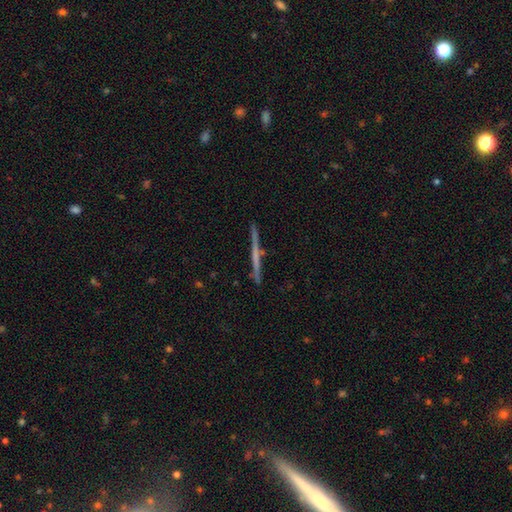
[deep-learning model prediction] Smooth or featured?
  - featured or disk: 60% *
  - smooth: 33%
  - star or artifact: 7%
Edge-on disk?
  - yes: 97% *
  - no: 3%
Edge-on bulge?
  - none: 81% *
  - rounded: 13%
  - boxy: 6%
Merging?
  - none: 89% *
  - minor disturbance: 8%
  - major disturbance: 2%
  - merger: 2%